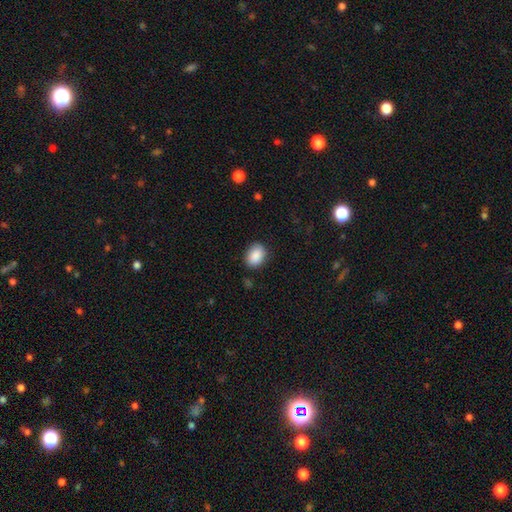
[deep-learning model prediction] This is clearly a smooth galaxy (89%). How rounded: likely in between (73%). Merging: clearly none (83%).